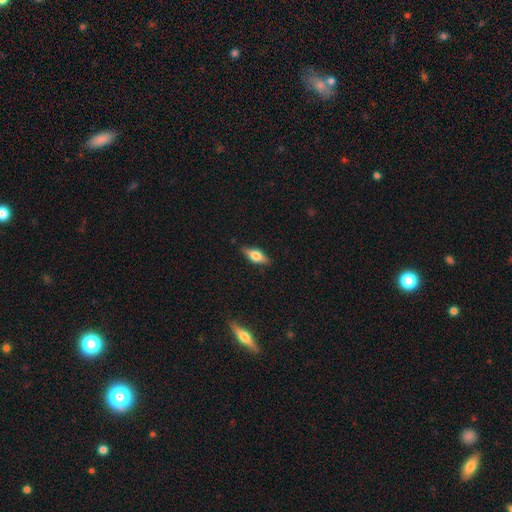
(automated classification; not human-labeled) smooth_or_featured: featured or disk (p=0.48) [alt: smooth p=0.45]
merging: none (p=0.85) [alt: minor disturbance p=0.11]